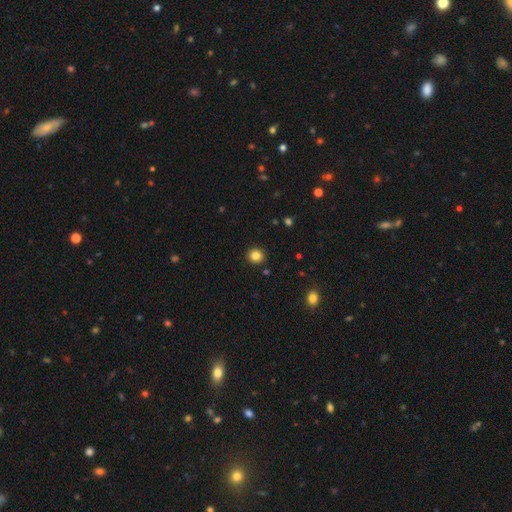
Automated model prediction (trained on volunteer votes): Q: Smooth or featured?
A: smooth (83%); runner-up: star or artifact (12%)
Q: How rounded?
A: round (90%); runner-up: in between (9%)
Q: Merging?
A: none (92%); runner-up: minor disturbance (5%)